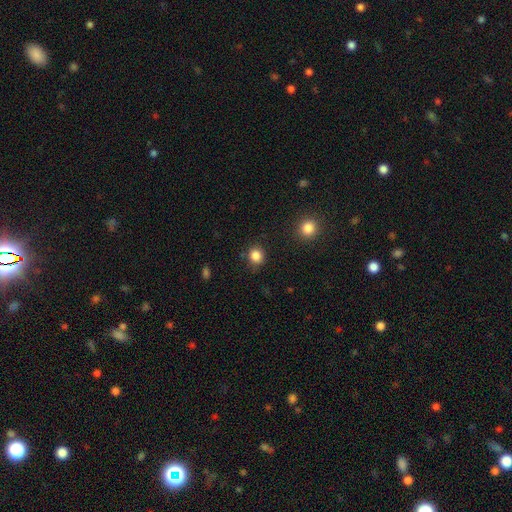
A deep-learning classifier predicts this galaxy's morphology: A smooth galaxy with no disk features (85%) that is round (83%).

Vote fractions:
- Smooth or featured? smooth: 85% / star or artifact: 11% / featured or disk: 4%
- How rounded? round: 83% / in between: 16% / cigar-shaped: 1%
- Merging? none: 86% / minor disturbance: 10% / major disturbance: 3% / merger: 2%